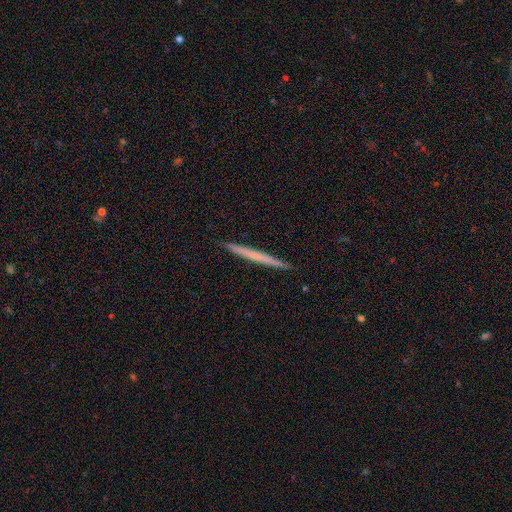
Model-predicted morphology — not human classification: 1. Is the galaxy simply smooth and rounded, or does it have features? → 50% smooth, 44% featured or disk, 5% star or artifact.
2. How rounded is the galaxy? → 97% cigar-shaped, 2% in between, 1% round.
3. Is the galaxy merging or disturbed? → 93% none, 5% minor disturbance, 1% major disturbance, 1% merger.